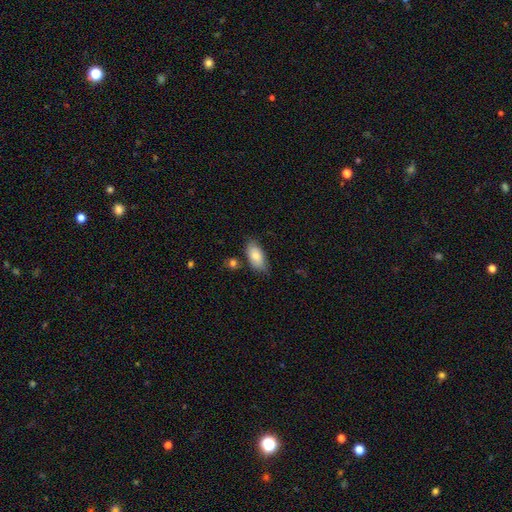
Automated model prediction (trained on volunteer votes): smooth-or-featured: smooth: 79% | featured or disk: 15% | star or artifact: 7%
  how-rounded: in between: 92% | cigar-shaped: 5% | round: 3%
  merging: none: 73% | minor disturbance: 19% | merger: 4% | major disturbance: 3%